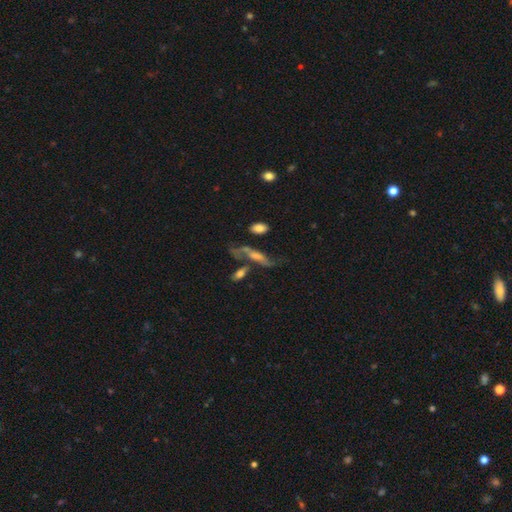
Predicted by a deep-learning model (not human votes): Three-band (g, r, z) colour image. It shows a featured or disk galaxy (51%). Merging: none (35%).